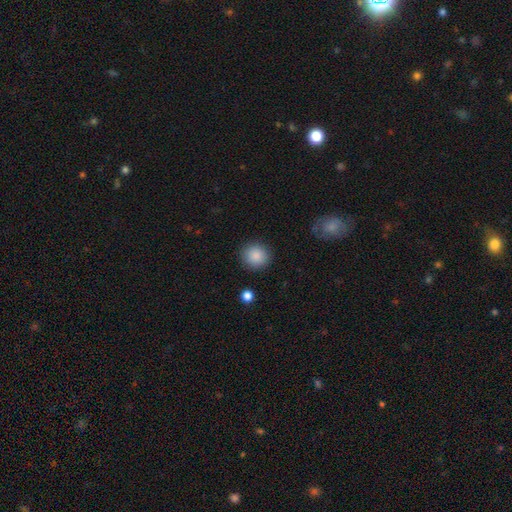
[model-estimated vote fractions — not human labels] Q: Smooth or featured?
A: smooth (88%); runner-up: star or artifact (8%)
Q: How rounded?
A: round (90%); runner-up: in between (9%)
Q: Merging?
A: none (89%); runner-up: minor disturbance (7%)